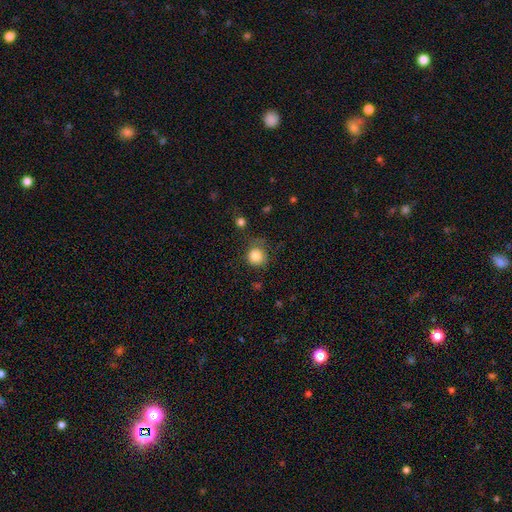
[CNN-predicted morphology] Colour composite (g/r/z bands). It shows a smooth galaxy with no disk features (84%) that is round (89%). Merging: none (66%).